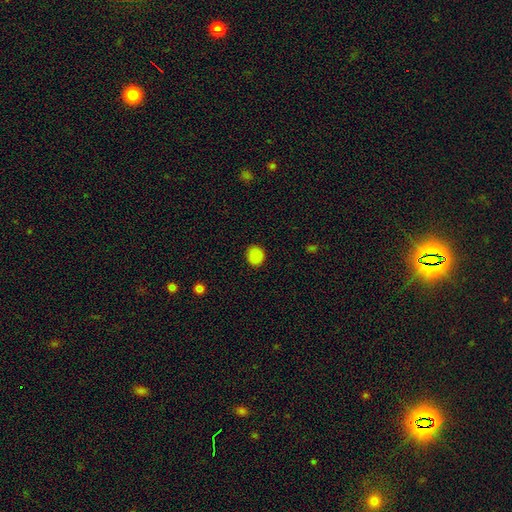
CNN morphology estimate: Overall: smooth (87%). How rounded: round (80%). Merging: none (89%).